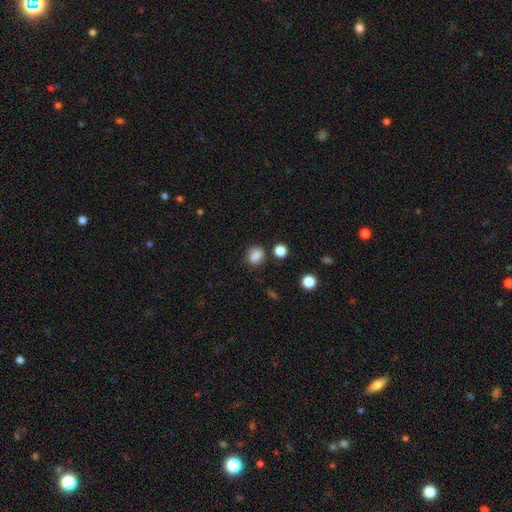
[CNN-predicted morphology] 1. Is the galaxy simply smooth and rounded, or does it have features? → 85% smooth, 11% star or artifact, 4% featured or disk.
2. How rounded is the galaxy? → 56% round, 43% in between, 1% cigar-shaped.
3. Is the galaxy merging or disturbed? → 80% none, 12% minor disturbance, 4% merger, 3% major disturbance.